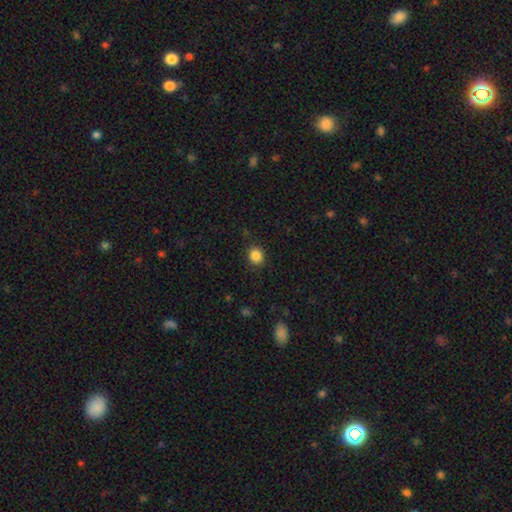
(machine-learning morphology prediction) Overall: smooth (86%). How rounded: round (79%). Merging: none (88%).